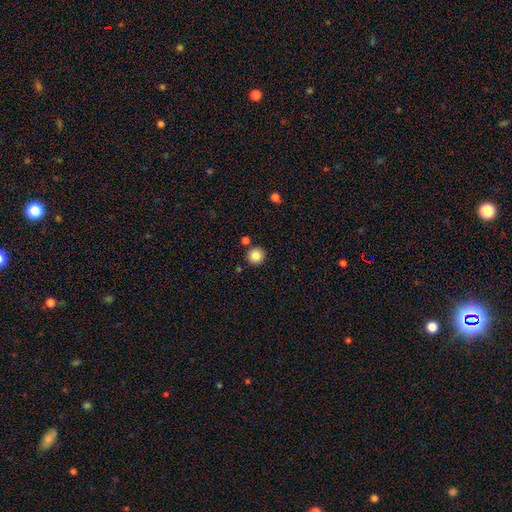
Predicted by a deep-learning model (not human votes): A smooth galaxy with no disk features (85%) that is round (94%). Merging: none (86%).